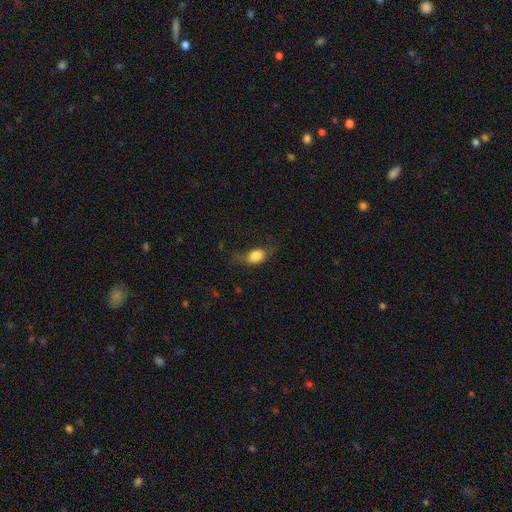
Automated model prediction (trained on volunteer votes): Smooth or featured?
  - smooth: 80% *
  - featured or disk: 12%
  - star or artifact: 8%
How rounded?
  - in between: 77% *
  - round: 19%
  - cigar-shaped: 4%
Merging?
  - none: 52% *
  - minor disturbance: 29%
  - major disturbance: 18%
  - merger: 2%